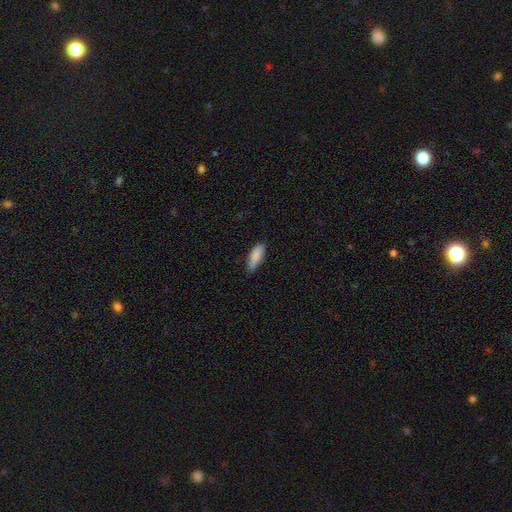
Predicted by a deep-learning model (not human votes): The model was most divided on "how rounded": in between: 67%, cigar-shaped: 32%, round: 2%. More confident: smooth or featured — smooth (88%); merging — none (79%).